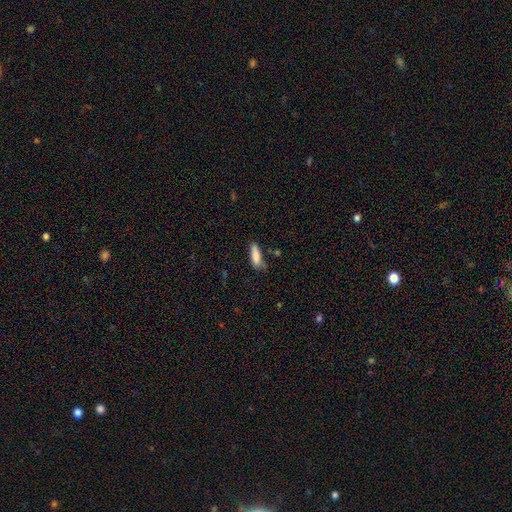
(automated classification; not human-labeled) smooth-or-featured: smooth: 85% | featured or disk: 8% | star or artifact: 7%
  how-rounded: in between: 53% | cigar-shaped: 45% | round: 2%
  merging: none: 62% | minor disturbance: 27% | major disturbance: 6% | merger: 4%